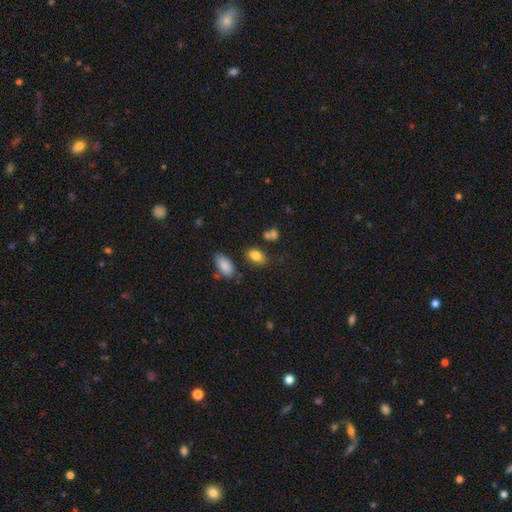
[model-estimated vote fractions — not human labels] smooth-or-featured: smooth: 83% | star or artifact: 9% | featured or disk: 8%
  how-rounded: in between: 86% | round: 12% | cigar-shaped: 2%
  merging: none: 72% | minor disturbance: 15% | merger: 9% | major disturbance: 4%